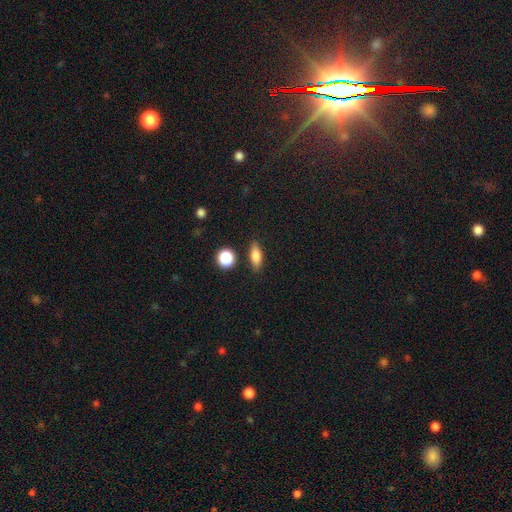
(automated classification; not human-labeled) Smooth or featured?
  - smooth: 79% *
  - featured or disk: 12%
  - star or artifact: 9%
How rounded?
  - in between: 62% *
  - cigar-shaped: 29%
  - round: 10%
Merging?
  - none: 84% *
  - minor disturbance: 10%
  - merger: 3%
  - major disturbance: 3%